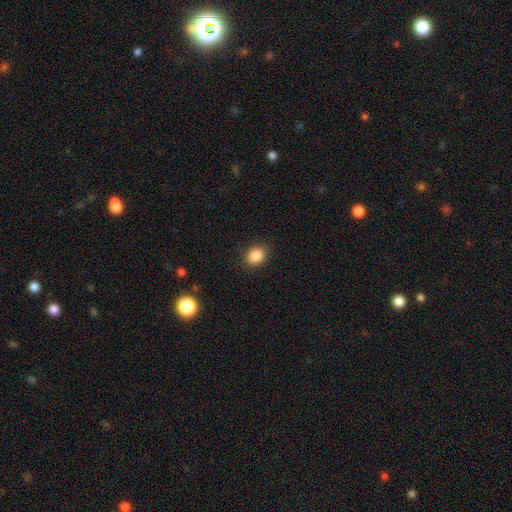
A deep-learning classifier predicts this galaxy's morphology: smooth_or_featured: smooth (p=0.87) [alt: star or artifact p=0.09]
how_rounded: round (p=0.50) [alt: in between p=0.49]
merging: none (p=0.87) [alt: minor disturbance p=0.09]